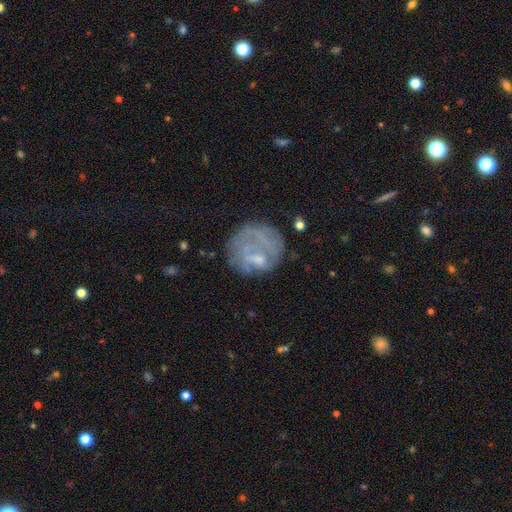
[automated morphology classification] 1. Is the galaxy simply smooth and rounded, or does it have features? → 48% featured or disk, 42% smooth, 10% star or artifact.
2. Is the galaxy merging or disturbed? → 50% none, 24% major disturbance, 22% minor disturbance, 4% merger.